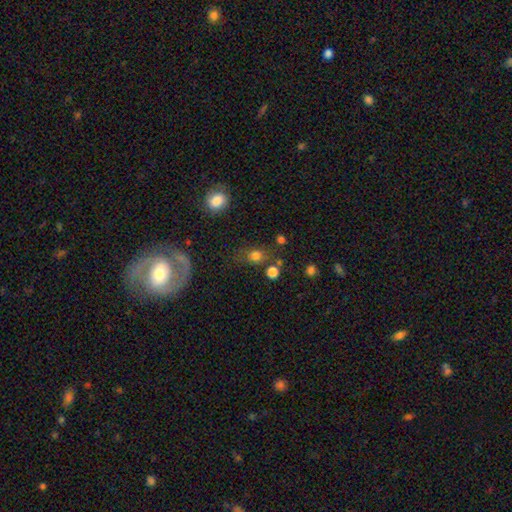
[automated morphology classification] Smooth or featured: smooth — 78% (star or artifact — 14%)
How rounded: round — 65% (in between — 32%)
Merging: none — 65% (minor disturbance — 16%)